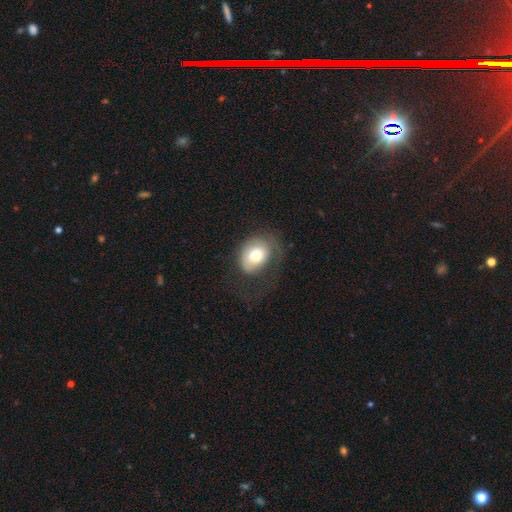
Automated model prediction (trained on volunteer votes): smooth-or-featured: smooth: 68% | featured or disk: 24% | star or artifact: 8%
  how-rounded: in between: 58% | round: 41% | cigar-shaped: 1%
  merging: none: 47% | major disturbance: 28% | minor disturbance: 24% | merger: 2%